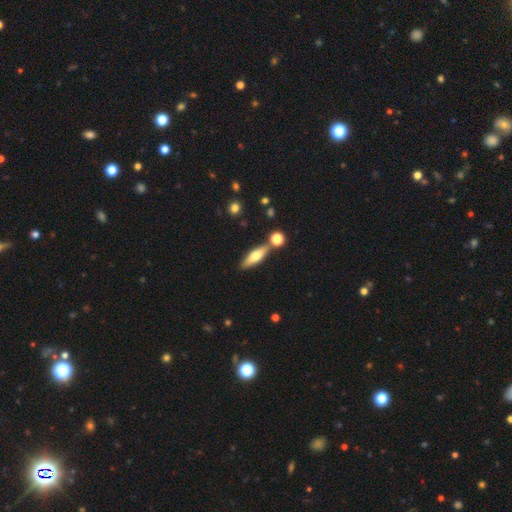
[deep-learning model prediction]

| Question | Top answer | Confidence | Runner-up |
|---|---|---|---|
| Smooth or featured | smooth | 57% | featured or disk (36%) |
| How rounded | cigar-shaped | 56% | in between (41%) |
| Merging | none | 73% | merger (13%) |